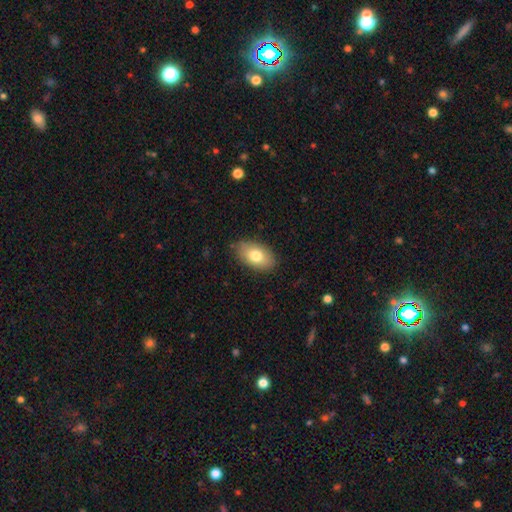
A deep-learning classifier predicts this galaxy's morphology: smooth_or_featured: smooth (p=0.77) [alt: featured or disk p=0.16]
how_rounded: in between (p=0.92) [alt: round p=0.07]
merging: none (p=0.84) [alt: minor disturbance p=0.13]